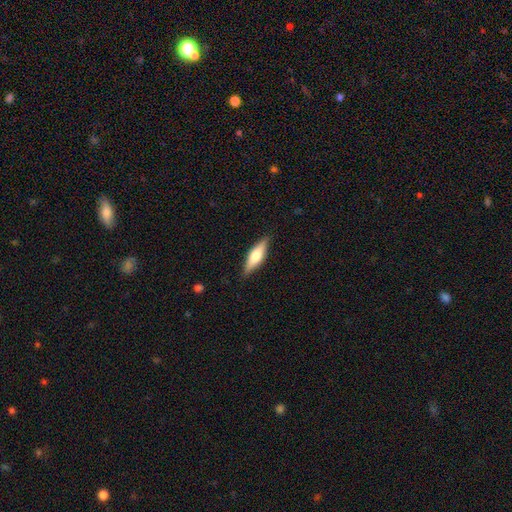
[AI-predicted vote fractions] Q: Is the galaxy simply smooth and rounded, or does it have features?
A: smooth — 49%.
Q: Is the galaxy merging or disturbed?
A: none — 87%.